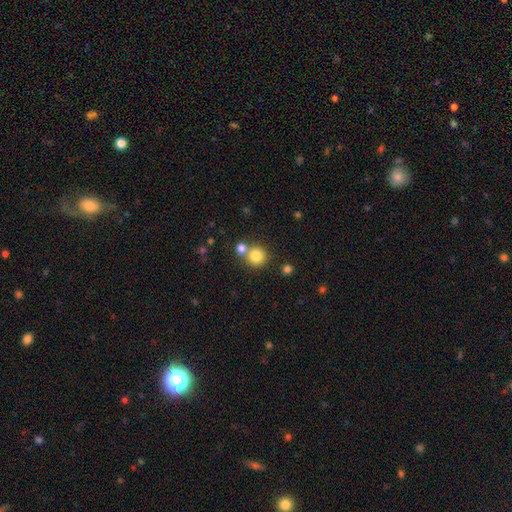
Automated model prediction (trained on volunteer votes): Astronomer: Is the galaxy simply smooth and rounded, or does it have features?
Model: smooth — 81%.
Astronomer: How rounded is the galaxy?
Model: round — 91%.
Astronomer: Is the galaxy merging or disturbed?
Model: none — 62%.